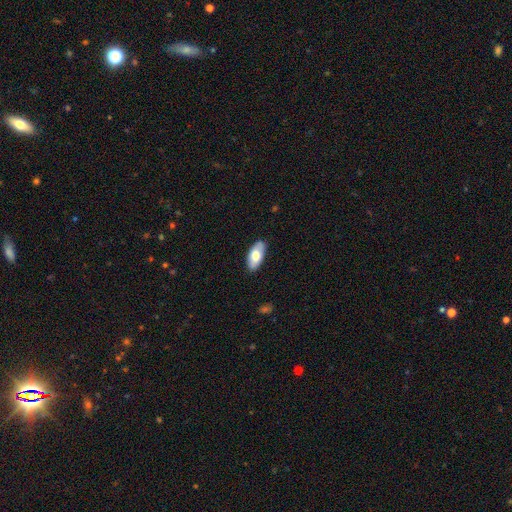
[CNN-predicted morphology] Smooth or featured? Predicted: smooth (p=0.71). How rounded? Predicted: in between (p=0.92). Merging? Predicted: none (p=0.86).